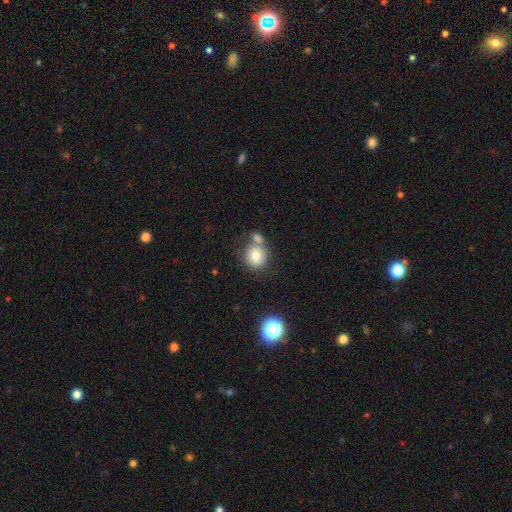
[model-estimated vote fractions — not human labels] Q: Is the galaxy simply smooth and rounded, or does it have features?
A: smooth — 80%.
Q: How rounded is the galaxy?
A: round — 85%.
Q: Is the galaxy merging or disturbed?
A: none — 56%.